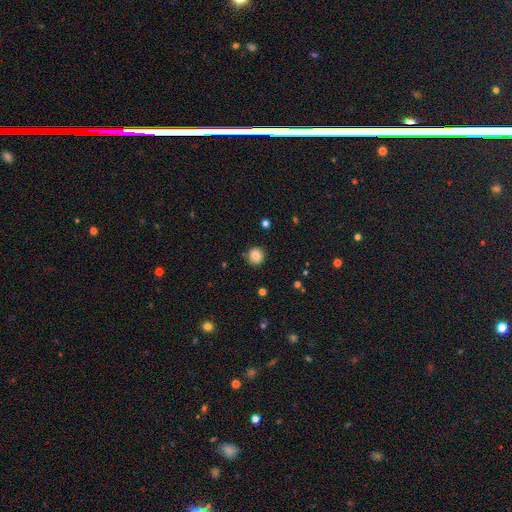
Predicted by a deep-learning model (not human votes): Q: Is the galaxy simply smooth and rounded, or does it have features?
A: smooth — 82%.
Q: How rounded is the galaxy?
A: round — 88%.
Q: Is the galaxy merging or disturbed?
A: none — 79%.